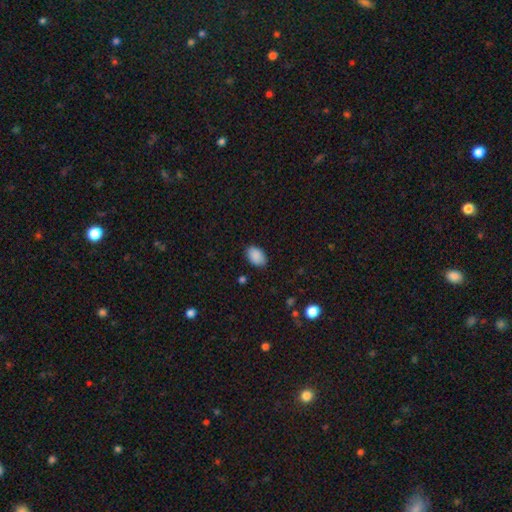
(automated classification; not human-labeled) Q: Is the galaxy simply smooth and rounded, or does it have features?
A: smooth — 89%.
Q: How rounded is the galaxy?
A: in between — 86%.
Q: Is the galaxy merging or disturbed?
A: none — 84%.